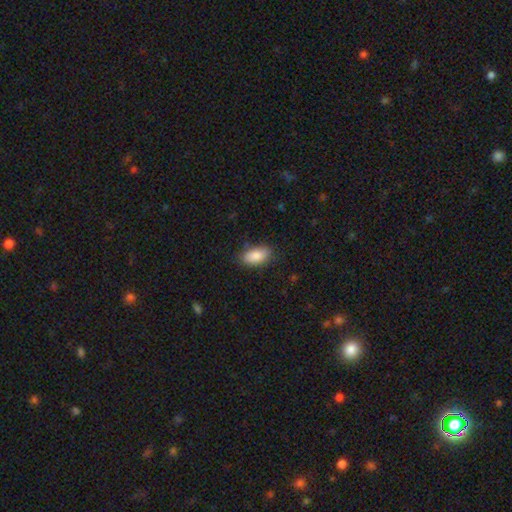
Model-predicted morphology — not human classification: Smooth or featured: smooth — 87% (featured or disk — 7%)
How rounded: in between — 92% (cigar-shaped — 5%)
Merging: none — 83% (minor disturbance — 13%)